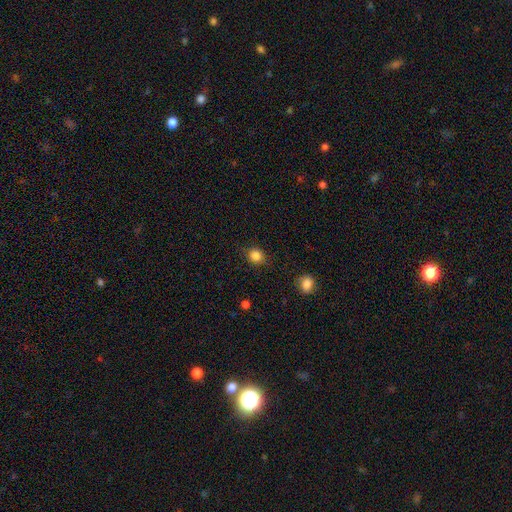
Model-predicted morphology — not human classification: Q: Smooth or featured?
A: smooth (85%); runner-up: star or artifact (11%)
Q: How rounded?
A: round (79%); runner-up: in between (20%)
Q: Merging?
A: none (83%); runner-up: minor disturbance (12%)